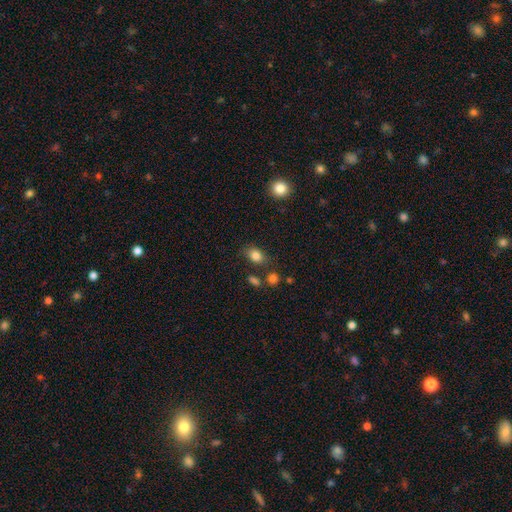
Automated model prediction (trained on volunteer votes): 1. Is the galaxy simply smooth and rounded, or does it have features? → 83% smooth, 10% star or artifact, 7% featured or disk.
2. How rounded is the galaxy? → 72% in between, 27% round, 2% cigar-shaped.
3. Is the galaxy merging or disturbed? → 74% none, 16% minor disturbance, 6% merger, 5% major disturbance.